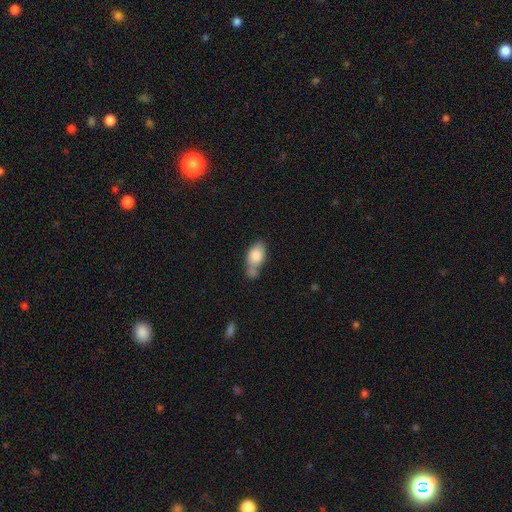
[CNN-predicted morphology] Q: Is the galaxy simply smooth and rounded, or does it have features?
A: smooth — 79%.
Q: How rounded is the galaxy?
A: in between — 89%.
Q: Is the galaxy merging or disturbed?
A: merger — 35%.